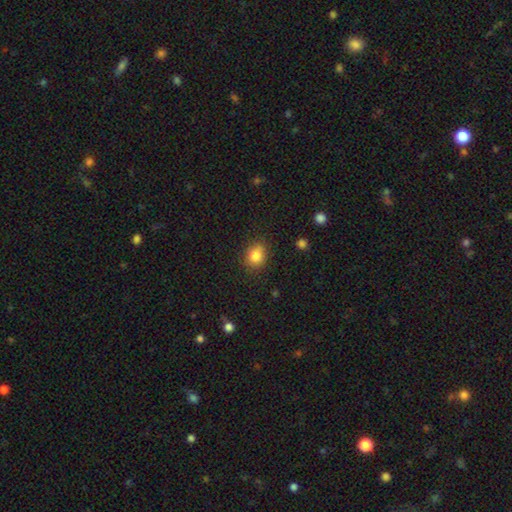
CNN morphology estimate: smooth_or_featured: smooth (p=0.82) [alt: star or artifact p=0.11]
how_rounded: round (p=0.64) [alt: in between p=0.35]
merging: none (p=0.76) [alt: minor disturbance p=0.16]